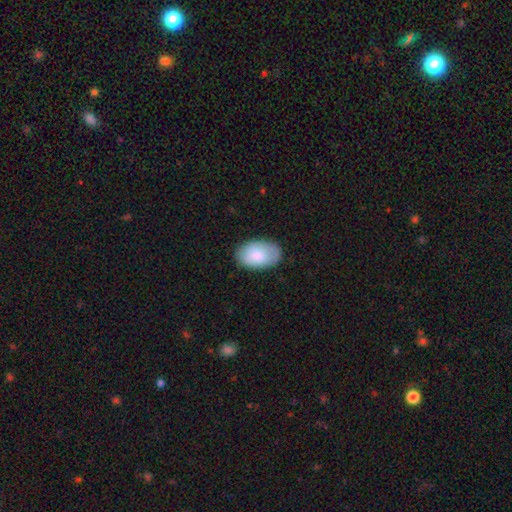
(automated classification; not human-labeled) Q: Smooth or featured?
A: smooth (84%); runner-up: featured or disk (10%)
Q: How rounded?
A: in between (93%); runner-up: round (6%)
Q: Merging?
A: none (83%); runner-up: minor disturbance (13%)